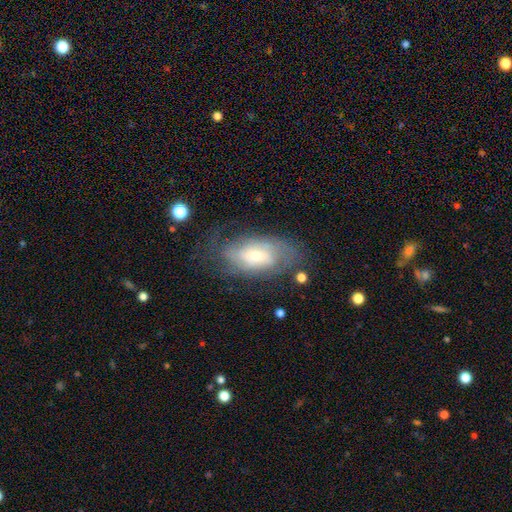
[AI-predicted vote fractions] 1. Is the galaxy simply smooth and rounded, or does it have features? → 70% featured or disk, 23% smooth, 7% star or artifact.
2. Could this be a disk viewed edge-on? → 92% no, 8% yes.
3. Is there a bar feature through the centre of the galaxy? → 43% no (tied), 43% weak (tied), 14% strong.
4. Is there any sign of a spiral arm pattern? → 85% yes, 15% no.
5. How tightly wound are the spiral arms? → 51% tight, 35% medium, 14% loose.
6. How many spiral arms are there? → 48% can't tell, 30% 2, 10% 3, 5% 4, 4% 1, 3% more than 4.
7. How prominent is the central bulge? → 59% small, 34% moderate, 4% large, 2% none, 1% dominant.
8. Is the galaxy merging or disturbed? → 62% none, 22% minor disturbance, 14% major disturbance, 2% merger.